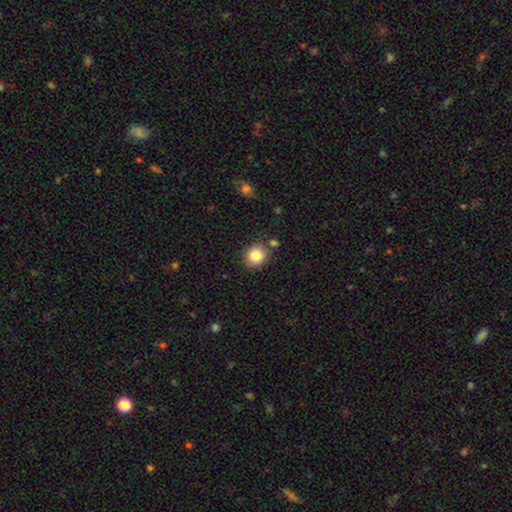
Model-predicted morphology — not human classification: Smooth or featured? Predicted: smooth (p=0.84). How rounded? Predicted: round (p=0.74). Merging? Predicted: none (p=0.81).